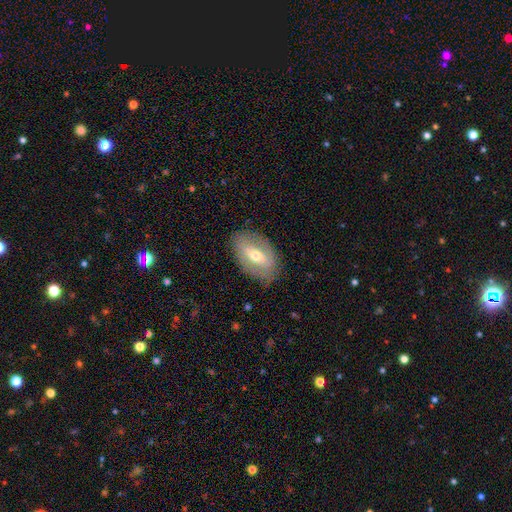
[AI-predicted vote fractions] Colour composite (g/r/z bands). It shows a featured or disk galaxy (50%). Merging: none (81%).